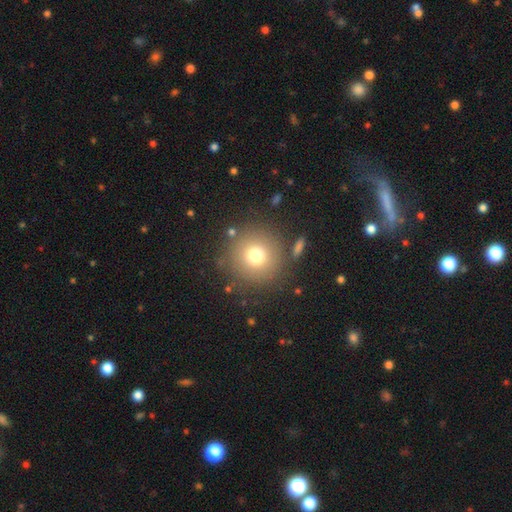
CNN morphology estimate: smooth 74%, star or artifact 13%, featured or disk 13%. Down the decision tree: how rounded — round (95%); merging — none (83%).